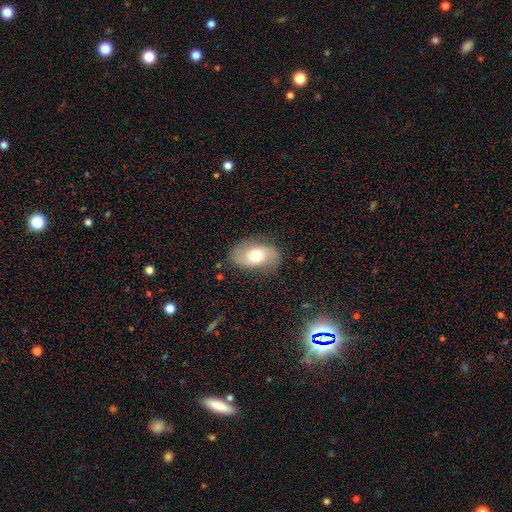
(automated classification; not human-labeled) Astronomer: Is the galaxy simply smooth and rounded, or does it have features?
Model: featured or disk — 52% (runner-up: smooth, 41%).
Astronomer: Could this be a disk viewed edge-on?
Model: no — 94%.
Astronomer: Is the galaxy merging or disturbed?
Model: none — 77%.